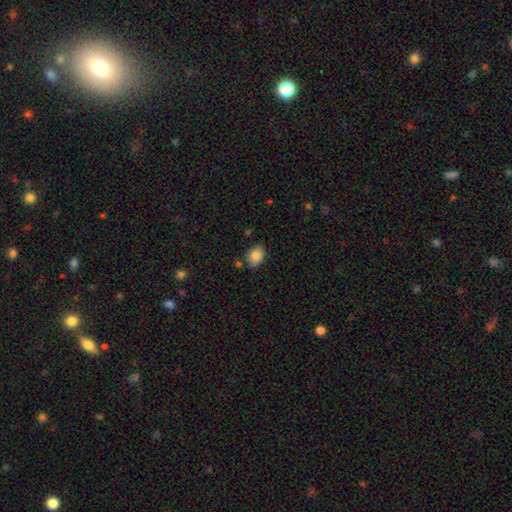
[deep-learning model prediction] smooth-or-featured: smooth: 86% | star or artifact: 8% | featured or disk: 6%
  how-rounded: in between: 73% | round: 26% | cigar-shaped: 1%
  merging: none: 81% | minor disturbance: 12% | merger: 4% | major disturbance: 3%